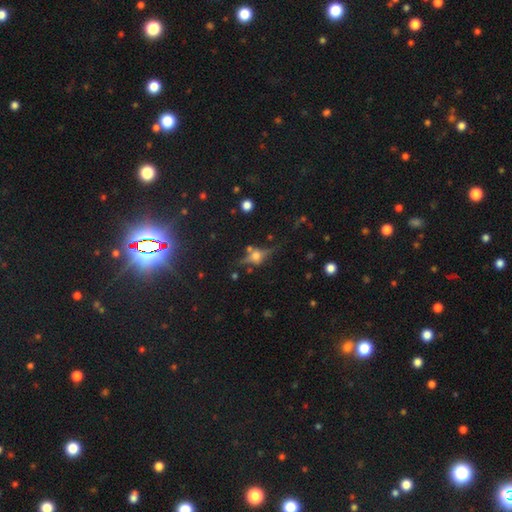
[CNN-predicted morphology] Overall: featured or disk (66%). Edge-on disk: yes (92%). Edge-on bulge: rounded (94%). Merging: none (78%).